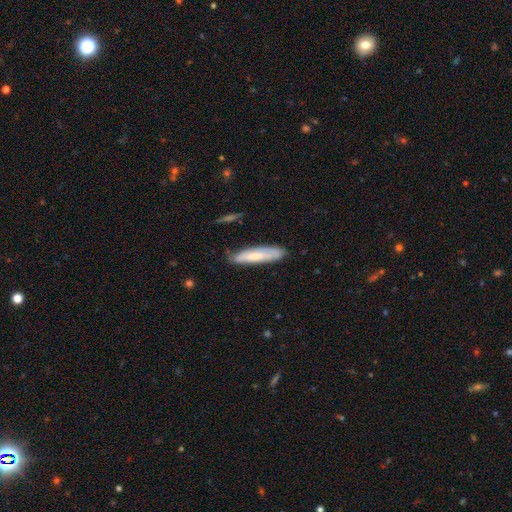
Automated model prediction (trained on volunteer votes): A smooth galaxy with no disk features (62%) that is cigar-shaped (79%).

Vote fractions:
- Smooth or featured? smooth: 62% / featured or disk: 32% / star or artifact: 6%
- How rounded? cigar-shaped: 79% / in between: 20% / round: 1%
- Merging? none: 77% / minor disturbance: 18% / major disturbance: 3% / merger: 2%